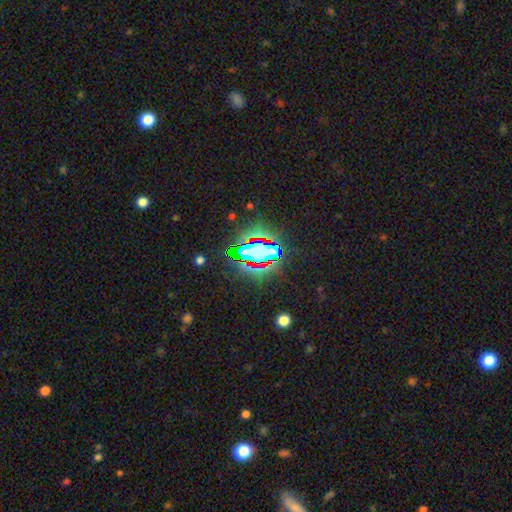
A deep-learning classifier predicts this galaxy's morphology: A star or artifact, not a galaxy (64%).

Vote fractions:
- Smooth or featured? star or artifact: 64% / smooth: 24% / featured or disk: 12%